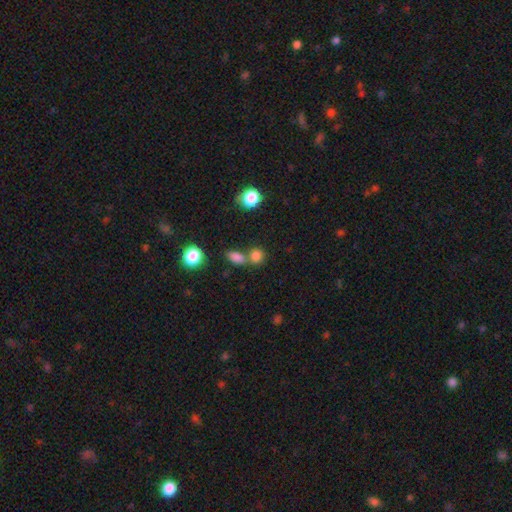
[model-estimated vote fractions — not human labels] smooth 81%, star or artifact 13%, featured or disk 6%. Down the decision tree: how rounded — round (70%); merging — none (50%).